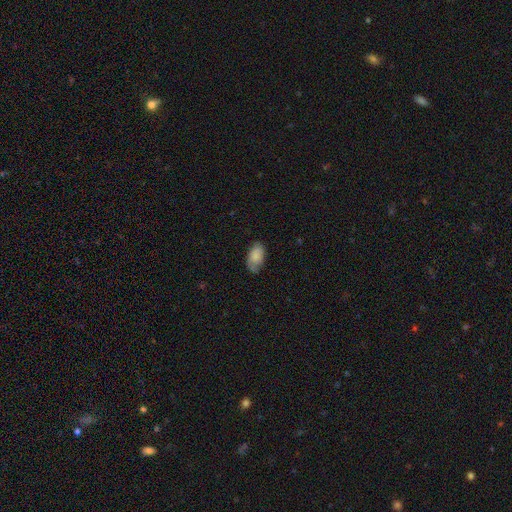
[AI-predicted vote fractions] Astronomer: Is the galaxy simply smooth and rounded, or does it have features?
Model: smooth — 75%.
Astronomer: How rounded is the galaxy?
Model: in between — 94%.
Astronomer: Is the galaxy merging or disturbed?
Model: none — 68%.